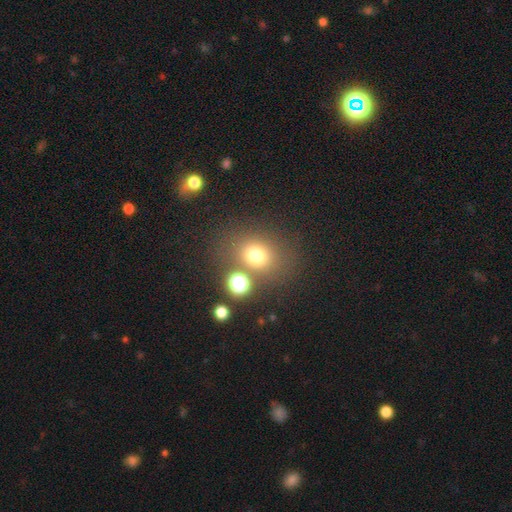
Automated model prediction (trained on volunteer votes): A smooth galaxy with no disk features (72%) that is round (60%). Merging: none (70%).